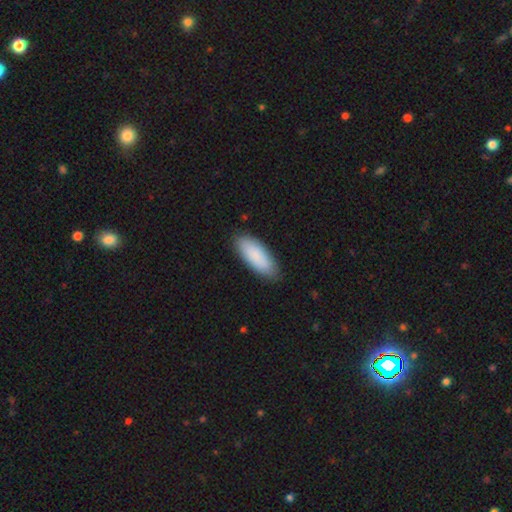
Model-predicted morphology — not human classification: A smooth galaxy with no disk features (88%) that is in between round and cigar-shaped (75%). Merging: none (86%).